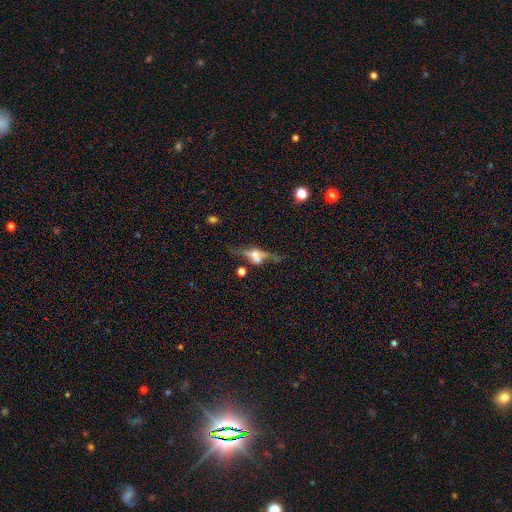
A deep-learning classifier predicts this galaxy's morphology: The model was most divided on "merging": none: 53%, minor disturbance: 19%, major disturbance: 19%, merger: 9%. More confident: edge-on bulge — rounded (83%); edge-on disk — yes (76%); smooth or featured — featured or disk (69%).